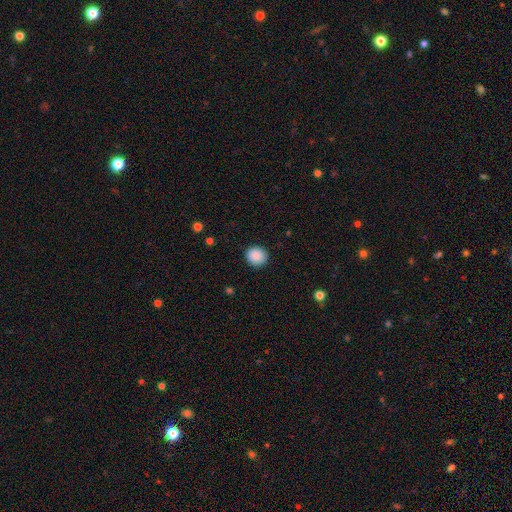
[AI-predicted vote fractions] smooth_or_featured: smooth (p=0.89) [alt: star or artifact p=0.08]
how_rounded: round (p=0.90) [alt: in between p=0.09]
merging: none (p=0.91) [alt: minor disturbance p=0.06]